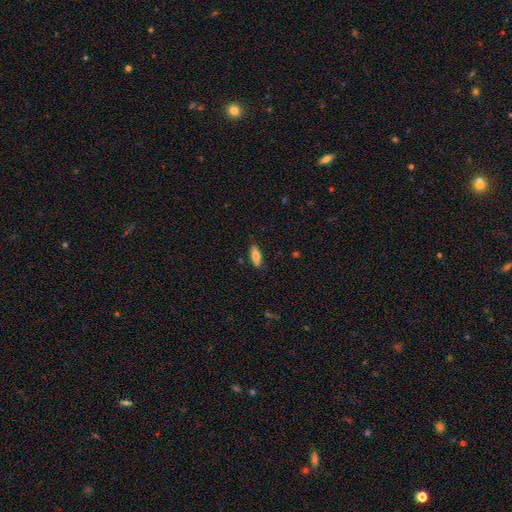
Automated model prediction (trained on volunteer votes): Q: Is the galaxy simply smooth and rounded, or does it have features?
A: smooth — 75%.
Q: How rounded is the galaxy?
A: in between — 57%.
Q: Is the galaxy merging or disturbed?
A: none — 86%.